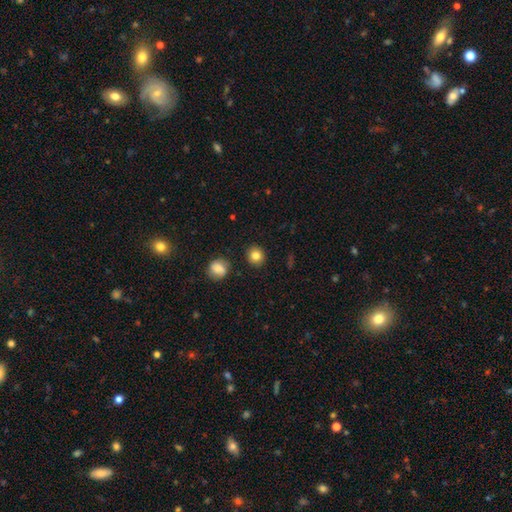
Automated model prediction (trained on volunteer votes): This appears to be a smooth galaxy with no disk features (82%) that is round (87%). Merging: none (89%).